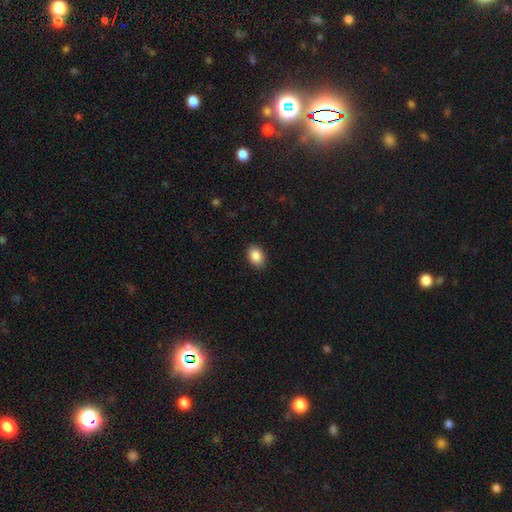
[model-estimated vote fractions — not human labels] Smooth or featured? smooth (88%)
How rounded? in between (82%)
Merging? none (87%)